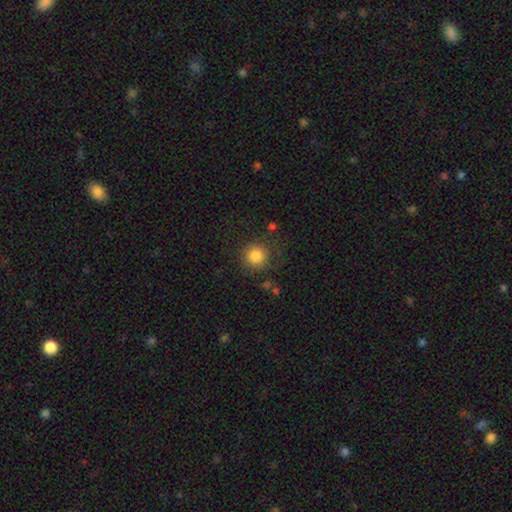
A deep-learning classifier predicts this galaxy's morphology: smooth 84%, star or artifact 10%, featured or disk 5%. Down the decision tree: how rounded — round (93%); merging — none (83%).